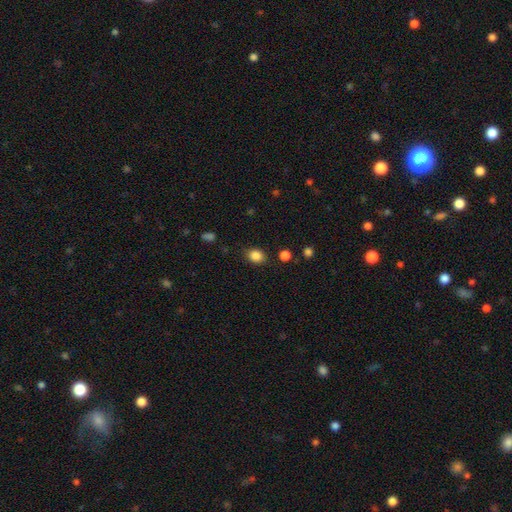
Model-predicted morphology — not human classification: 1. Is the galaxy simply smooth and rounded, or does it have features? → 86% smooth, 10% star or artifact, 4% featured or disk.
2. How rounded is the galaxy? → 50% in between, 49% round, 1% cigar-shaped.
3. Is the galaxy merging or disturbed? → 82% none, 12% minor disturbance, 4% major disturbance, 2% merger.